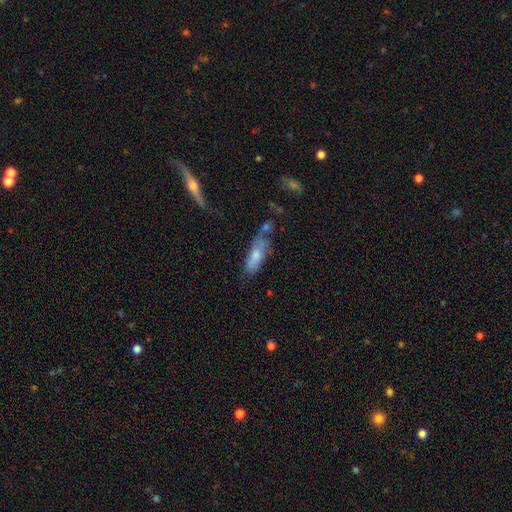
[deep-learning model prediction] Morphology: type=smooth (70%); roundness=in between (62%); merging=none (46%).